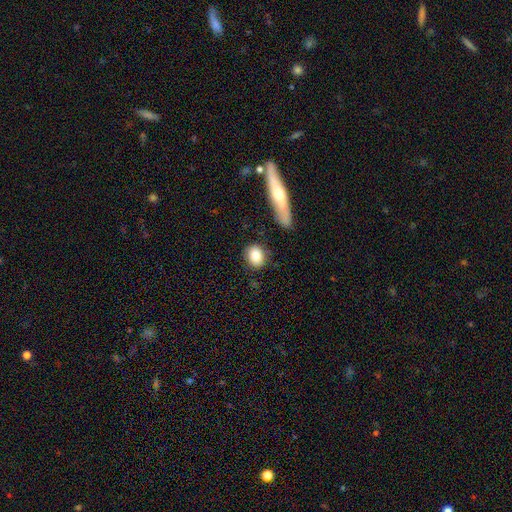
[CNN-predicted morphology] type=smooth (84%); roundness=round (57%); merging=none (80%).